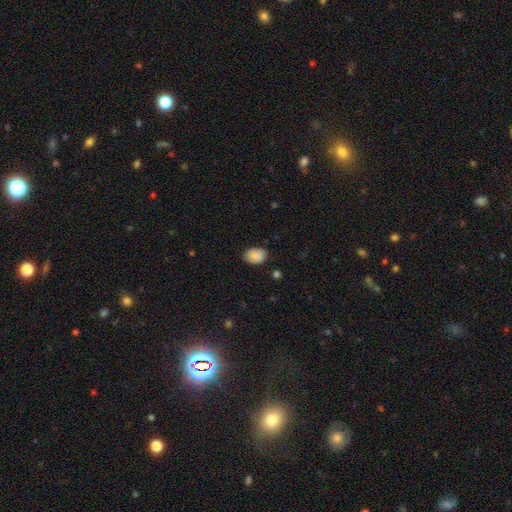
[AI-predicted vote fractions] This is clearly a smooth galaxy (88%). How rounded: likely in between (72%). Merging: likely none (78%).